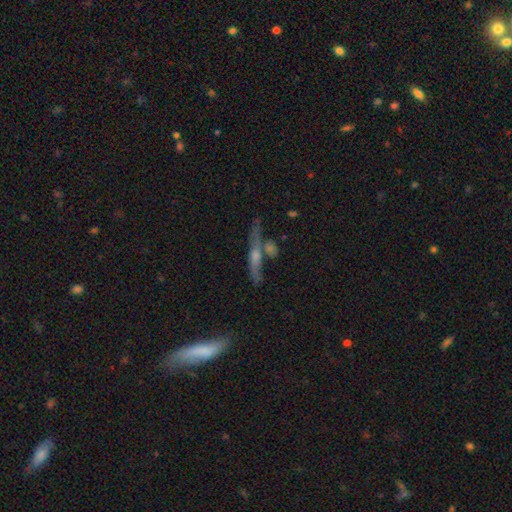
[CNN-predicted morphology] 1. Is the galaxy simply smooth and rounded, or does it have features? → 66% featured or disk, 23% smooth, 11% star or artifact.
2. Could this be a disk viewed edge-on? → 90% yes, 10% no.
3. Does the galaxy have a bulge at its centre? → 74% rounded, 17% none, 9% boxy.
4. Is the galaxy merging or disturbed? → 62% none, 18% merger, 14% minor disturbance, 6% major disturbance.